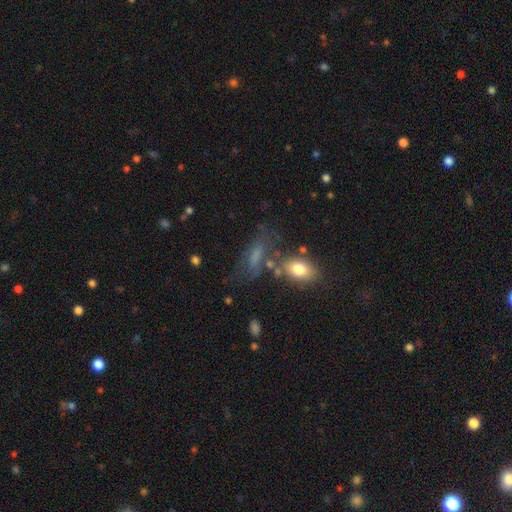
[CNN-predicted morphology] The model was most divided on "smooth or featured": smooth: 52%, featured or disk: 30%, star or artifact: 18%. More confident: how rounded — in between (65%); merging — none (51%).